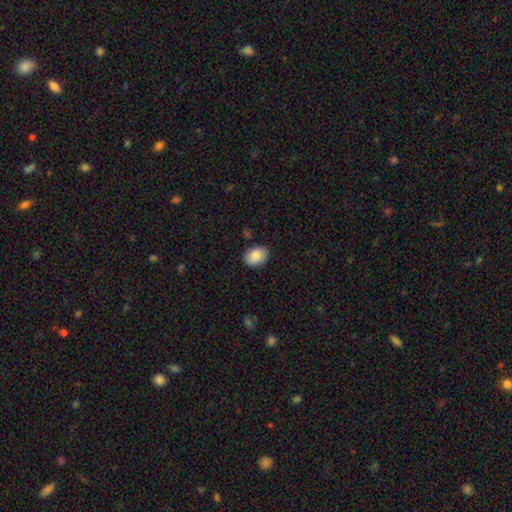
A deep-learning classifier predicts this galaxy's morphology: Smooth or featured?
  - smooth: 87% *
  - star or artifact: 7%
  - featured or disk: 6%
How rounded?
  - in between: 75% *
  - round: 24%
  - cigar-shaped: 1%
Merging?
  - none: 86% *
  - minor disturbance: 10%
  - major disturbance: 2%
  - merger: 1%